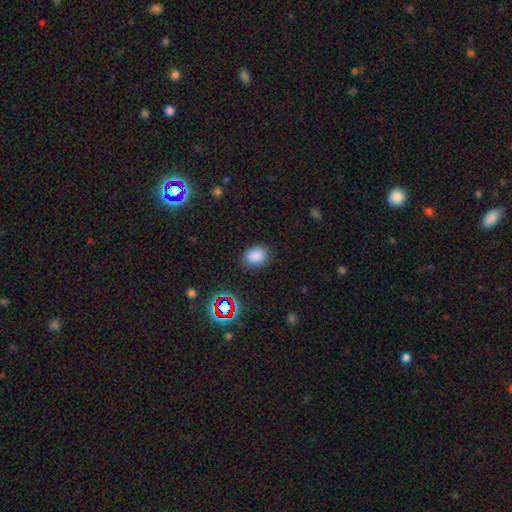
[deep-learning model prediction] Morphology: type=smooth (82%); roundness=in between (63%); merging=none (83%).